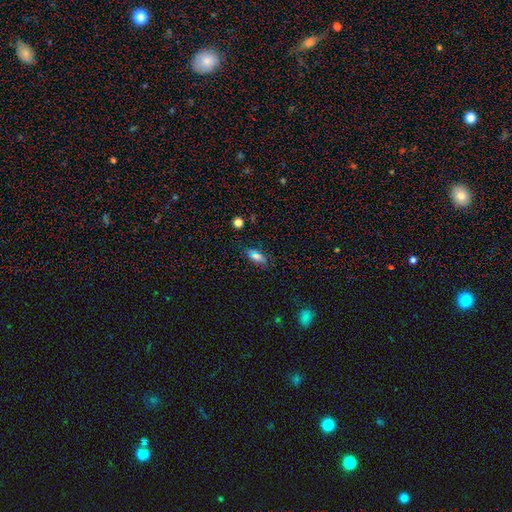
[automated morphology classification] This appears to be a smooth galaxy with no disk features (62%) that is in between round and cigar-shaped (77%). Merging: none (79%).